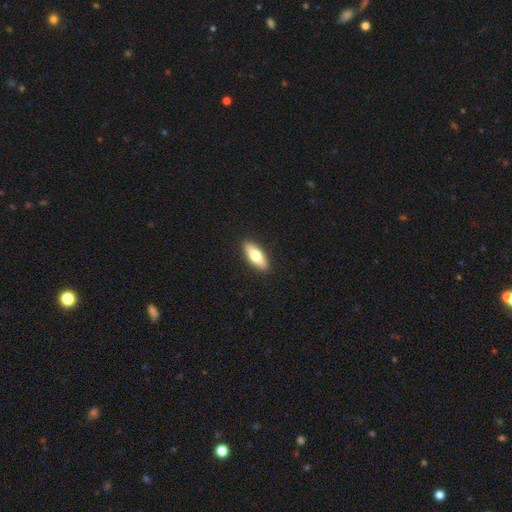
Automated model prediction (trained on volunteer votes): Smooth or featured?
  - smooth: 69% *
  - featured or disk: 26%
  - star or artifact: 6%
How rounded?
  - in between: 73% *
  - cigar-shaped: 25%
  - round: 3%
Merging?
  - none: 91% *
  - minor disturbance: 7%
  - major disturbance: 2%
  - merger: 1%